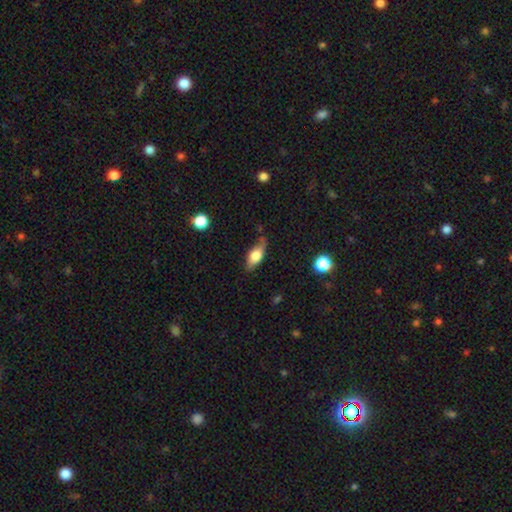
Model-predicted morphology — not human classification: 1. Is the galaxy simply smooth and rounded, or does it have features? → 59% smooth, 33% featured or disk, 8% star or artifact.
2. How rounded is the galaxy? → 78% in between, 16% cigar-shaped, 6% round.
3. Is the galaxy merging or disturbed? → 63% none, 26% minor disturbance, 7% major disturbance, 3% merger.